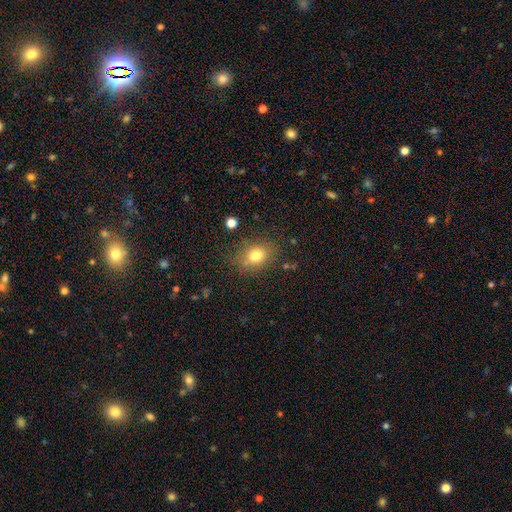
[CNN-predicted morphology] A smooth galaxy with no disk features (77%) that is in between round and cigar-shaped (57%).

Vote fractions:
- Smooth or featured? smooth: 77% / star or artifact: 13% / featured or disk: 11%
- How rounded? in between: 57% / round: 42% / cigar-shaped: 1%
- Merging? none: 77% / minor disturbance: 15% / major disturbance: 5% / merger: 3%